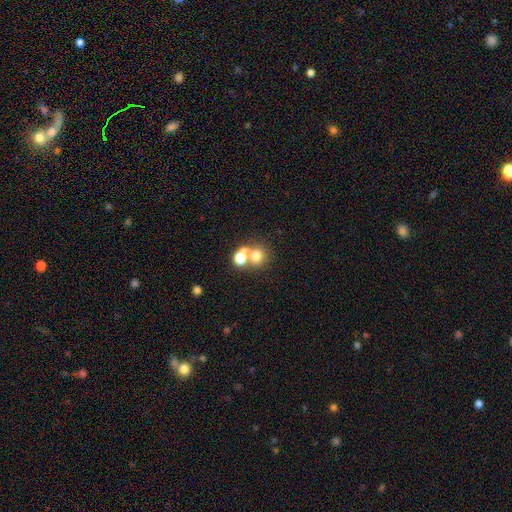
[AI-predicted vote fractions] A smooth galaxy with no disk features (64%) that is round (81%).

Vote fractions:
- Smooth or featured? smooth: 64% / star or artifact: 19% / featured or disk: 18%
- How rounded? round: 81% / in between: 18% / cigar-shaped: 1%
- Merging? merger: 46% / none: 43% / minor disturbance: 6% / major disturbance: 4%